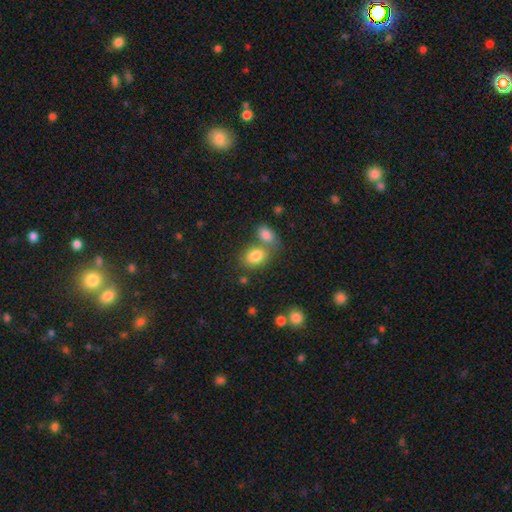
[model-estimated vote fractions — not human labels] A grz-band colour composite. It shows a smooth galaxy with no disk features (82%) that is in between round and cigar-shaped (74%). Merging: none (44%).